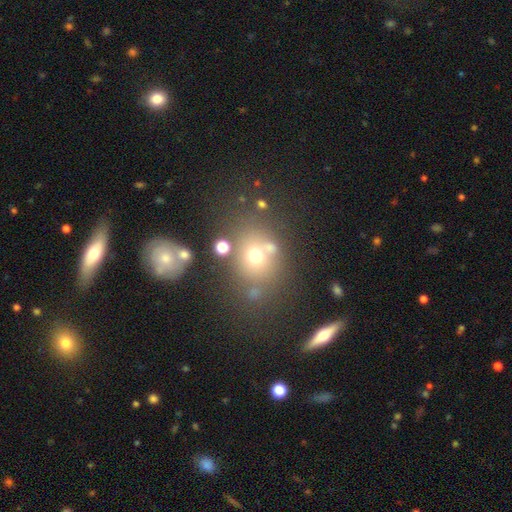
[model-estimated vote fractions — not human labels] A smooth galaxy with no disk features (63%) that is round (63%).

Vote fractions:
- Smooth or featured? smooth: 63% / star or artifact: 18% / featured or disk: 18%
- How rounded? round: 63% / in between: 35% / cigar-shaped: 1%
- Merging? none: 61% / merger: 18% / minor disturbance: 14% / major disturbance: 7%